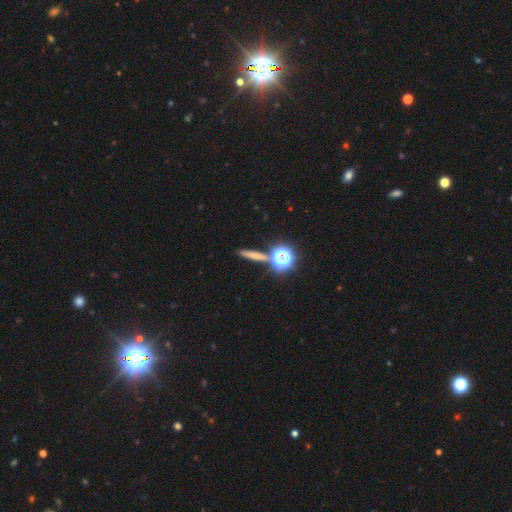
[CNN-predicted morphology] smooth-or-featured: smooth: 56% | star or artifact: 26% | featured or disk: 18%
  how-rounded: cigar-shaped: 68% | round: 20% | in between: 12%
  merging: none: 79% | merger: 9% | minor disturbance: 8% | major disturbance: 3%